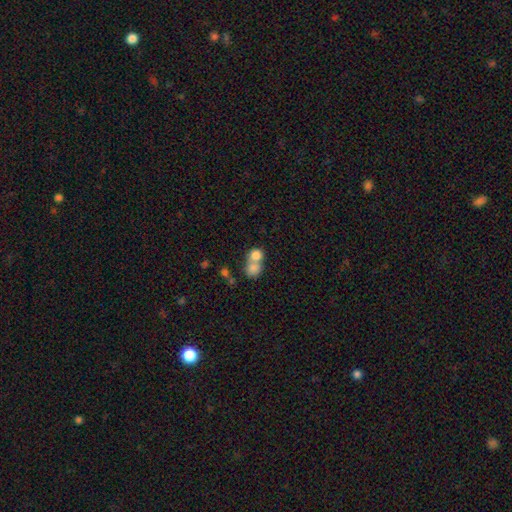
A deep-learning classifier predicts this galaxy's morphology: The model was most divided on "merging": merger: 66%, none: 25%, minor disturbance: 5%, major disturbance: 3%. More confident: smooth or featured — smooth (78%); how rounded — round (72%).